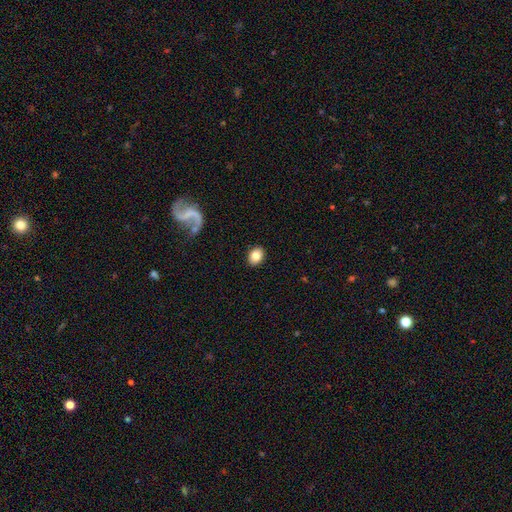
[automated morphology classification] This is clearly a smooth galaxy (81%). How rounded: possibly in between (59%). Merging: clearly none (90%).